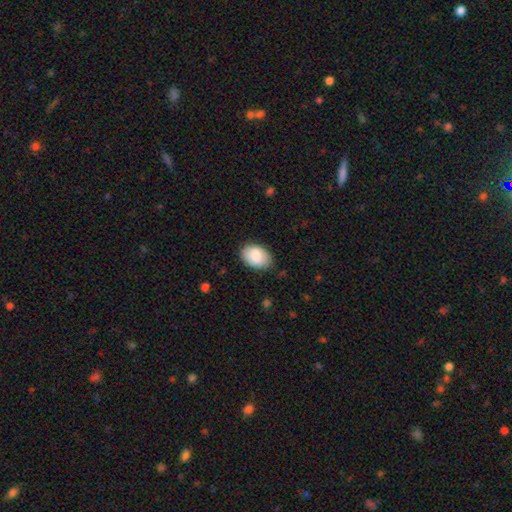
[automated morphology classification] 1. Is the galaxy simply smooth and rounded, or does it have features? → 83% smooth, 11% featured or disk, 6% star or artifact.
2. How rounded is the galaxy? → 87% in between, 12% round, 1% cigar-shaped.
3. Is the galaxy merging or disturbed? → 83% none, 14% minor disturbance, 3% major disturbance, 1% merger.